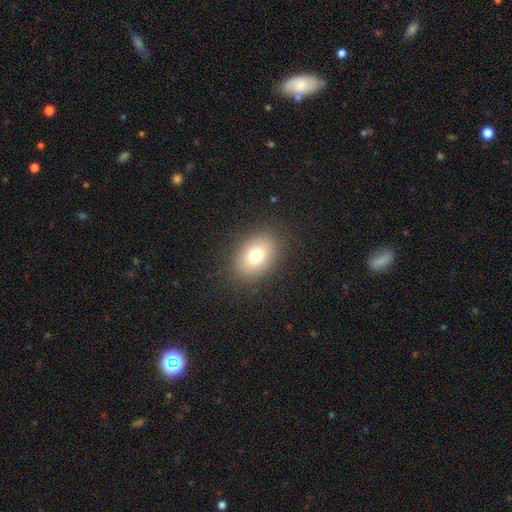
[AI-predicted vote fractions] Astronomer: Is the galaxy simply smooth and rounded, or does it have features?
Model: smooth — 75%.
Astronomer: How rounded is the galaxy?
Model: in between — 74%.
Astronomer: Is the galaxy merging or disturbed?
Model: none — 86%.